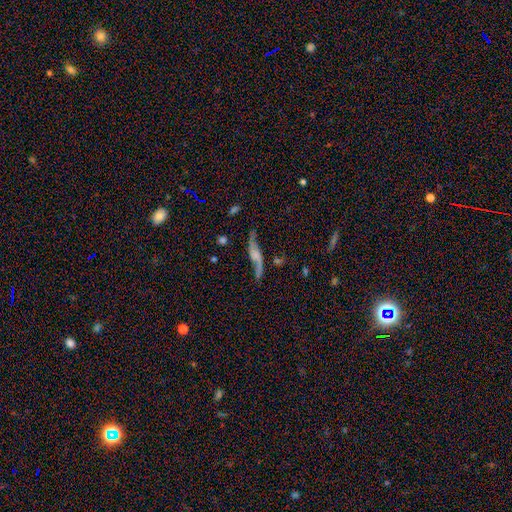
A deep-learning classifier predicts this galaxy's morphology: smooth_or_featured: featured or disk (p=0.76) [alt: smooth p=0.15]
disk_edge_on: no (p=0.75) [alt: yes p=0.25]
bar: no (p=0.60) [alt: weak p=0.29]
has_spiral_arms: yes (p=0.91) [alt: no p=0.09]
spiral_winding: loose (p=0.90) [alt: medium p=0.07]
spiral_arm_count: 2 (p=0.91) [alt: 1 p=0.03]
bulge_size: none (p=0.45) [alt: small p=0.27]
merging: none (p=0.63) [alt: minor disturbance p=0.20]